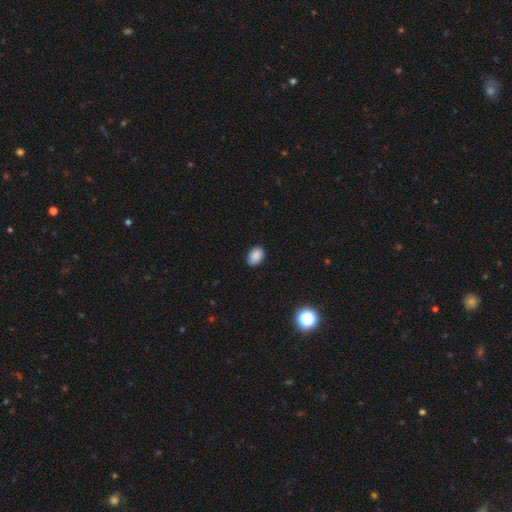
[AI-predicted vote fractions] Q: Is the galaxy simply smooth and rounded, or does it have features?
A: smooth — 88%.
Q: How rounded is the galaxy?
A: in between — 81%.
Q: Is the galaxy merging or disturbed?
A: none — 85%.